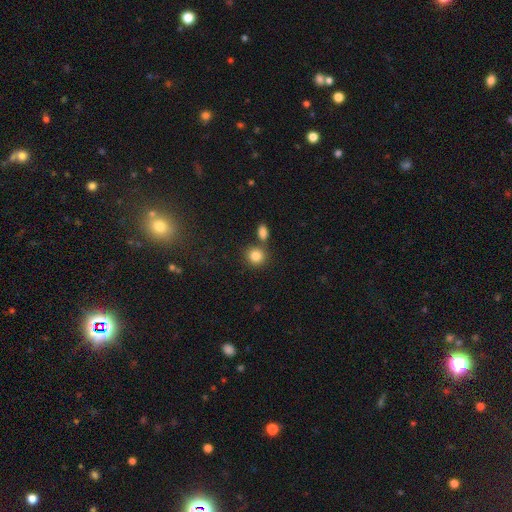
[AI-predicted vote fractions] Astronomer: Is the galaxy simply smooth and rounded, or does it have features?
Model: smooth — 85%.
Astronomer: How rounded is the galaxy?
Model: round — 82%.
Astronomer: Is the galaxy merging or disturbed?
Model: none — 66%.